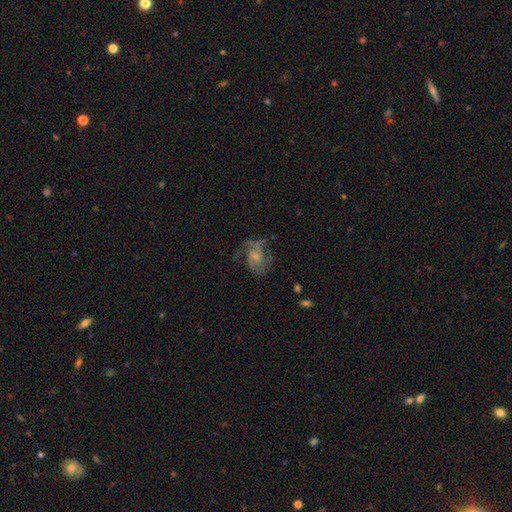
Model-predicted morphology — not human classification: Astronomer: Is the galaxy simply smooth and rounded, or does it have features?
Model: featured or disk — 76%.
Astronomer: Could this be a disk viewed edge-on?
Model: no — 98%.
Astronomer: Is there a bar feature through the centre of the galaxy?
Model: no — 52% (runner-up: weak, 41%).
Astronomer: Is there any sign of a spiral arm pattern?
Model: yes — 90%.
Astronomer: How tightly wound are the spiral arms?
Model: medium — 50% (runner-up: loose, 27%).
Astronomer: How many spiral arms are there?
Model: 2 — 62%.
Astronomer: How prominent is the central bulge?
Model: small — 39% (runner-up: none, 30%).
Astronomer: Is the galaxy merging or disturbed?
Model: none — 52%.